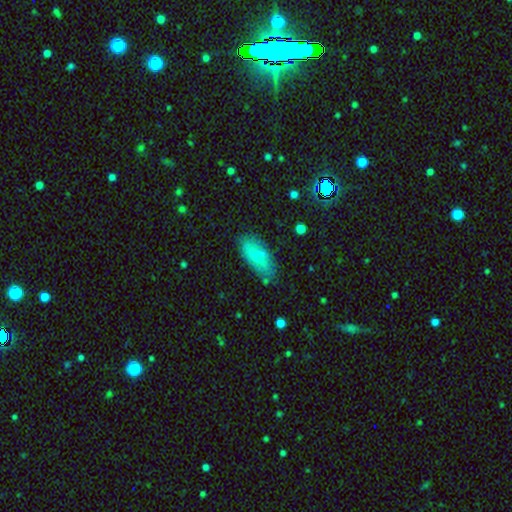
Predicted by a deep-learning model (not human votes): Q: Smooth or featured?
A: smooth (70%); runner-up: featured or disk (21%)
Q: How rounded?
A: in between (82%); runner-up: cigar-shaped (16%)
Q: Merging?
A: none (76%); runner-up: minor disturbance (17%)